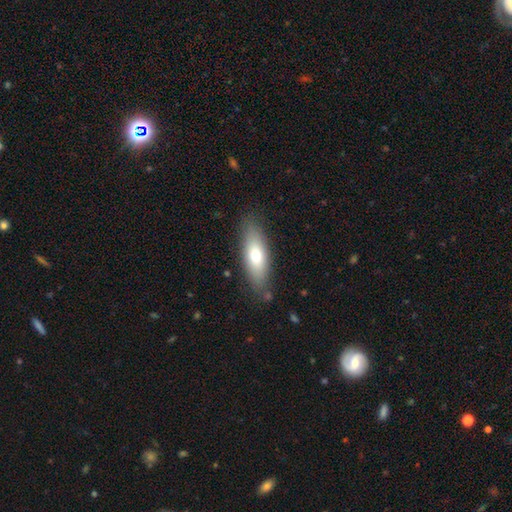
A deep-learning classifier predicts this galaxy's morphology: smooth-or-featured: smooth: 68% | featured or disk: 25% | star or artifact: 7%
  how-rounded: in between: 62% | cigar-shaped: 35% | round: 2%
  merging: none: 82% | minor disturbance: 13% | major disturbance: 3% | merger: 2%